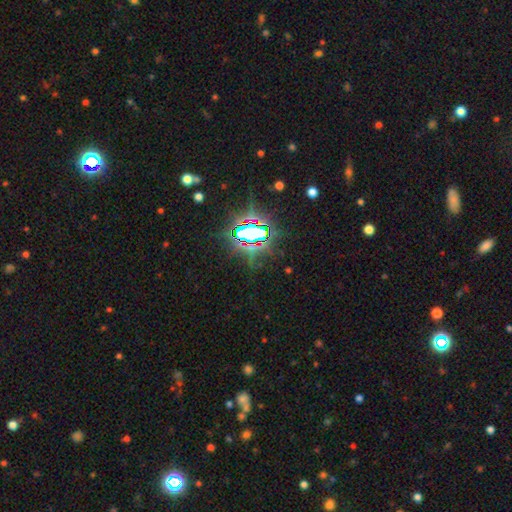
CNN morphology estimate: smooth_or_featured: star or artifact (p=0.83) [alt: smooth p=0.09]